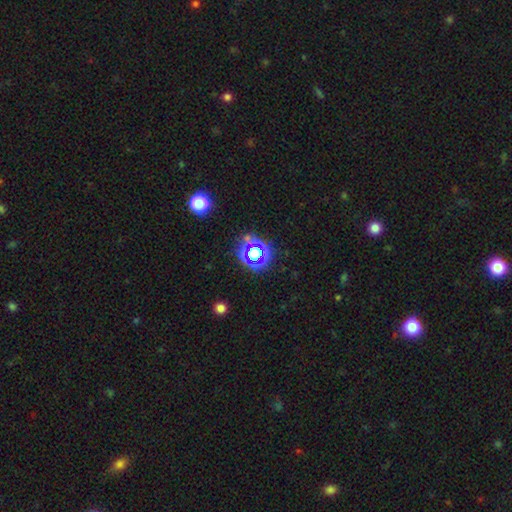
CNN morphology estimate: The model was most divided on "smooth or featured": star or artifact: 73%, smooth: 20%, featured or disk: 7%.